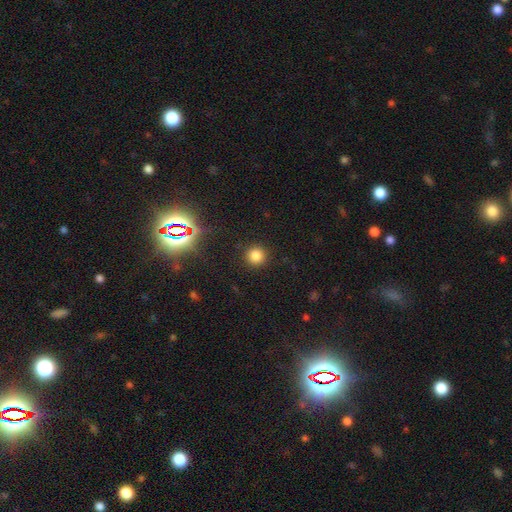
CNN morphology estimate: Smooth or featured?
  - smooth: 79% *
  - star or artifact: 16%
  - featured or disk: 5%
How rounded?
  - round: 94% *
  - in between: 5%
  - cigar-shaped: 1%
Merging?
  - none: 91% *
  - minor disturbance: 5%
  - major disturbance: 2%
  - merger: 1%